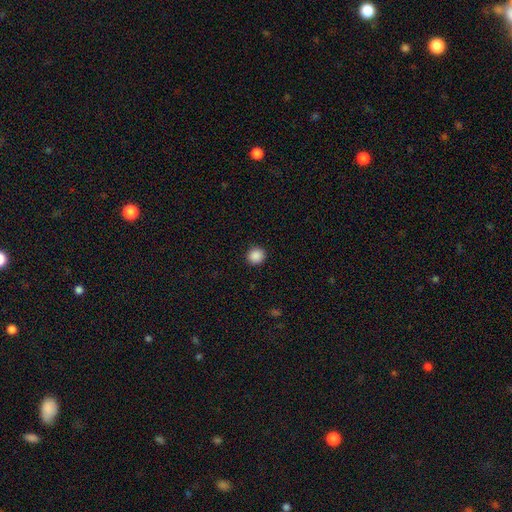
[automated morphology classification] Q: Smooth or featured?
A: smooth (89%); runner-up: star or artifact (9%)
Q: How rounded?
A: round (91%); runner-up: in between (8%)
Q: Merging?
A: none (92%); runner-up: minor disturbance (5%)